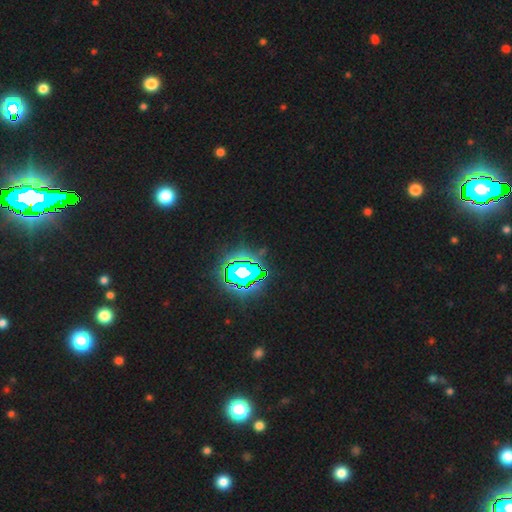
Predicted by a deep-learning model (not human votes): Smooth or featured? Predicted: star or artifact (p=0.82).